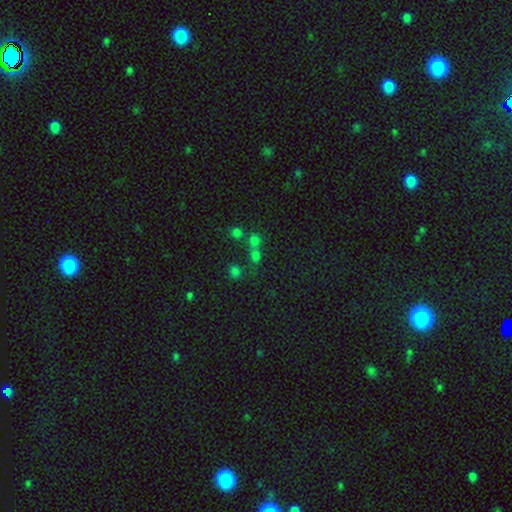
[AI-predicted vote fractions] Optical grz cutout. It shows a smooth galaxy with no disk features (60%) that is round (76%). Merging: none (49%).